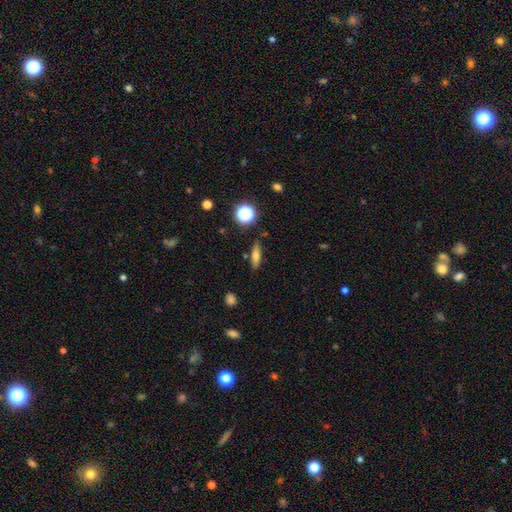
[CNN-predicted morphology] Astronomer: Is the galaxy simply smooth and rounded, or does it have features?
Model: smooth — 61%.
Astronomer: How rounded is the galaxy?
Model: cigar-shaped — 61%.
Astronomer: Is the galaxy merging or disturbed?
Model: none — 85%.